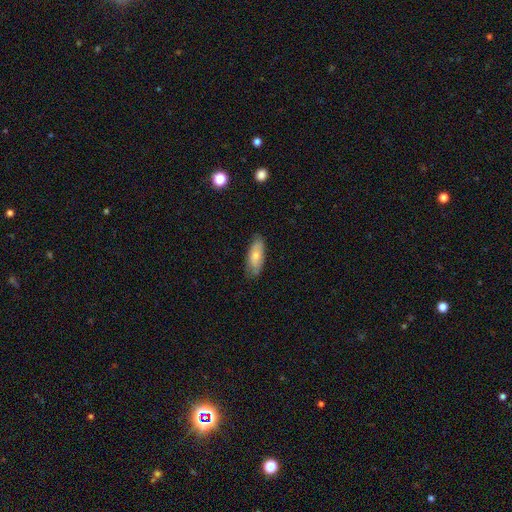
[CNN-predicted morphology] smooth 68%, featured or disk 26%, star or artifact 6%. Down the decision tree: how rounded — in between (79%); merging — none (78%).